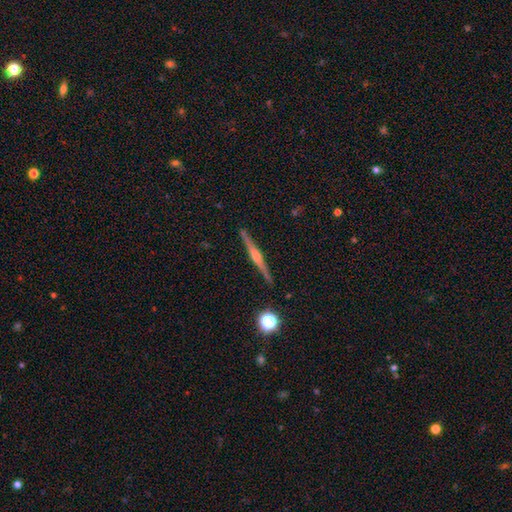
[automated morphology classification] smooth-or-featured: featured or disk: 79% | smooth: 14% | star or artifact: 7%
  disk-edge-on: yes: 98% | no: 2%
    edge-on-bulge: rounded: 79% | boxy: 13% | none: 9%
  merging: none: 92% | minor disturbance: 5% | major disturbance: 1% | merger: 1%